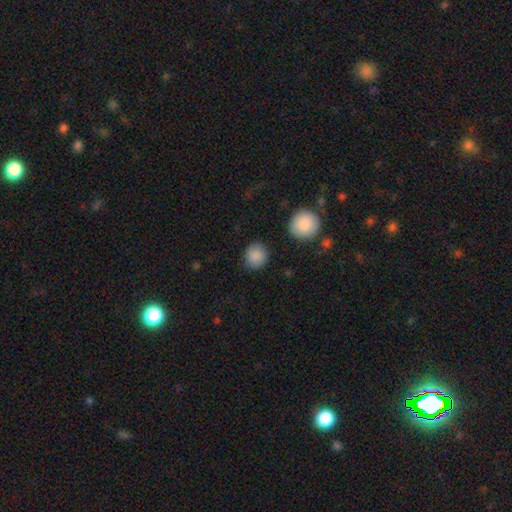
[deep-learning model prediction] Smooth or featured: smooth — 88% (star or artifact — 8%)
How rounded: round — 89% (in between — 10%)
Merging: none — 87% (minor disturbance — 8%)